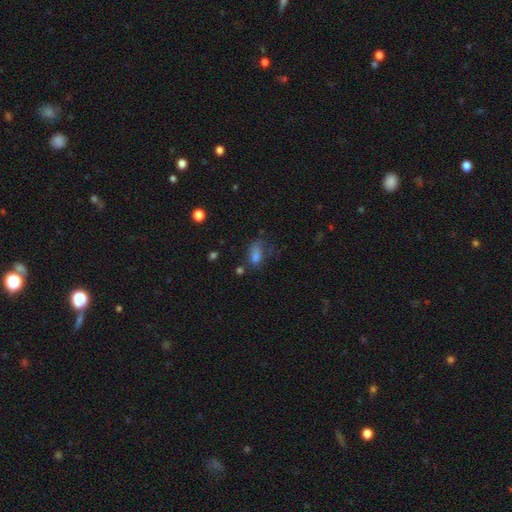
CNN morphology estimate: Q: Smooth or featured?
A: smooth (75%); runner-up: star or artifact (13%)
Q: How rounded?
A: in between (84%); runner-up: round (10%)
Q: Merging?
A: none (39%); runner-up: minor disturbance (28%)